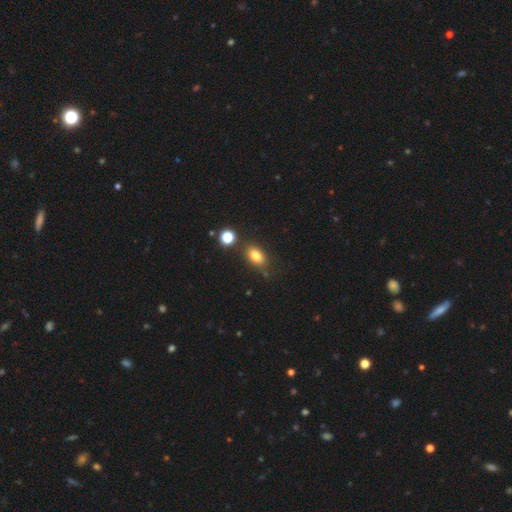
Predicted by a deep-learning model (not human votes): smooth-or-featured: smooth: 81% | star or artifact: 11% | featured or disk: 8%
  how-rounded: in between: 85% | round: 12% | cigar-shaped: 3%
  merging: none: 77% | minor disturbance: 12% | merger: 7% | major disturbance: 3%